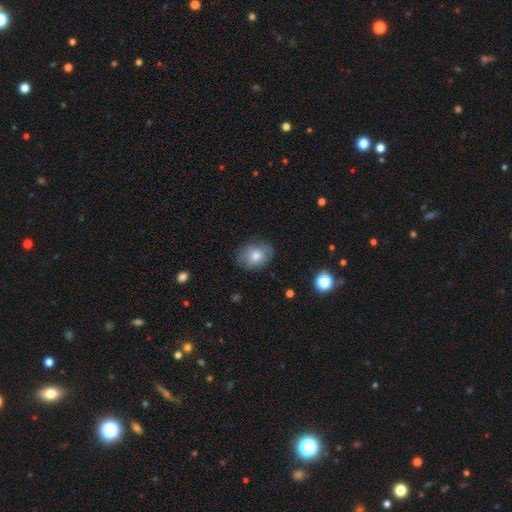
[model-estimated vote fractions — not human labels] smooth_or_featured: smooth (p=0.72) [alt: featured or disk p=0.20]
how_rounded: in between (p=0.65) [alt: round p=0.34]
merging: none (p=0.73) [alt: minor disturbance p=0.20]